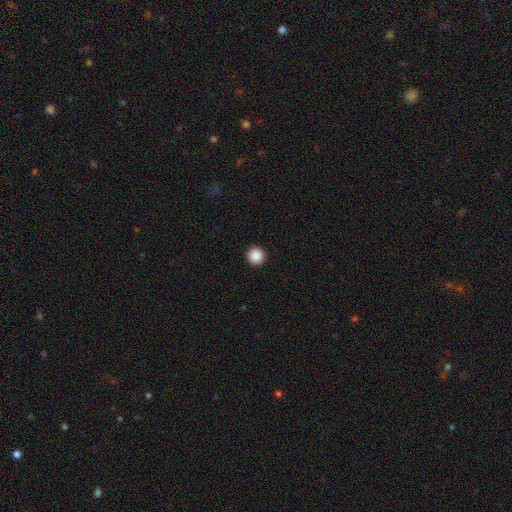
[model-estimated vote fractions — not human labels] smooth-or-featured: smooth: 88% | star or artifact: 9% | featured or disk: 2%
  how-rounded: round: 96% | in between: 3% | cigar-shaped: 1%
  merging: none: 94% | minor disturbance: 4% | major disturbance: 1% | merger: 1%